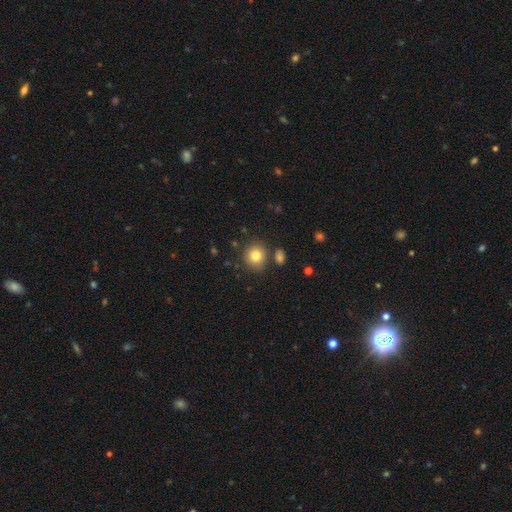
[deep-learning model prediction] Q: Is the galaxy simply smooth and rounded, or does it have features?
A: smooth — 82%.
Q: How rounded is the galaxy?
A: round — 84%.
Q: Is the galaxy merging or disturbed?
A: none — 81%.